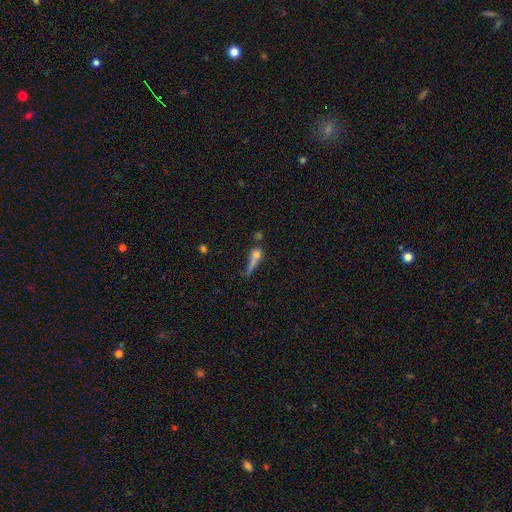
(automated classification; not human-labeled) A smooth galaxy with no disk features (55%) that is cigar-shaped (40%). Merging: none (31%).